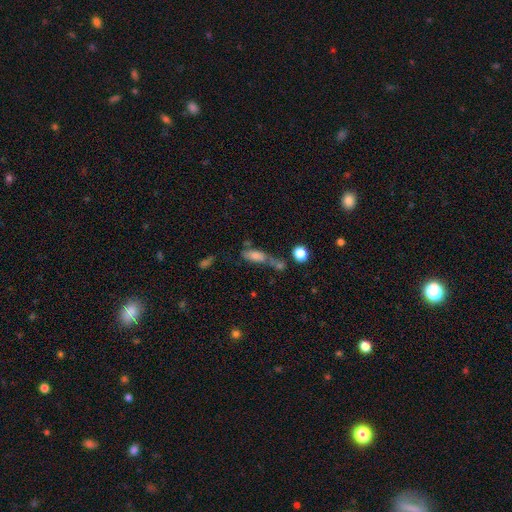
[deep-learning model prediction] Smooth or featured? smooth (59%)
How rounded? in between (59%)
Merging? none (31%)